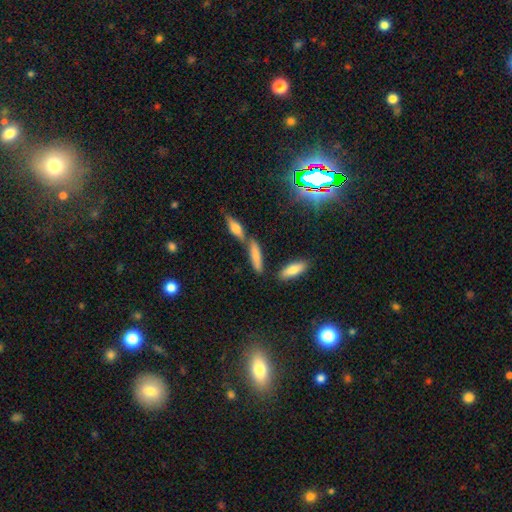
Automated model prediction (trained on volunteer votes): Smooth or featured? smooth (73%)
How rounded? cigar-shaped (69%)
Merging? none (60%)